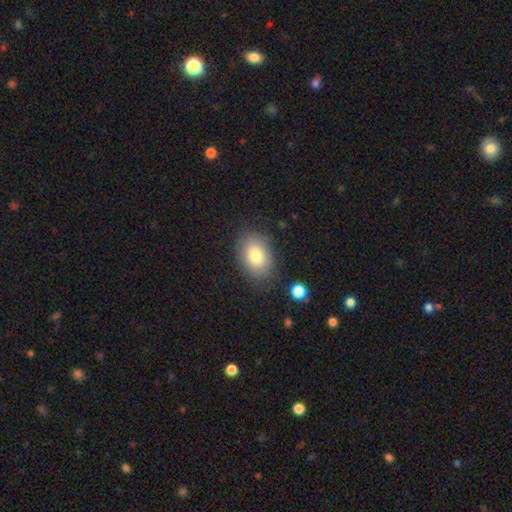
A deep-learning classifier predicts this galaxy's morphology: smooth_or_featured: smooth (p=0.79) [alt: featured or disk p=0.12]
how_rounded: in between (p=0.77) [alt: round p=0.22]
merging: none (p=0.80) [alt: minor disturbance p=0.13]